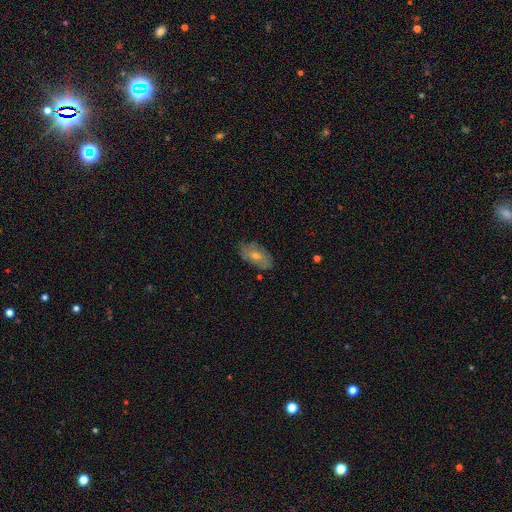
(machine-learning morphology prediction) Smooth or featured? Predicted: featured or disk (p=0.44, tied with smooth). Merging? Predicted: none (p=0.81).